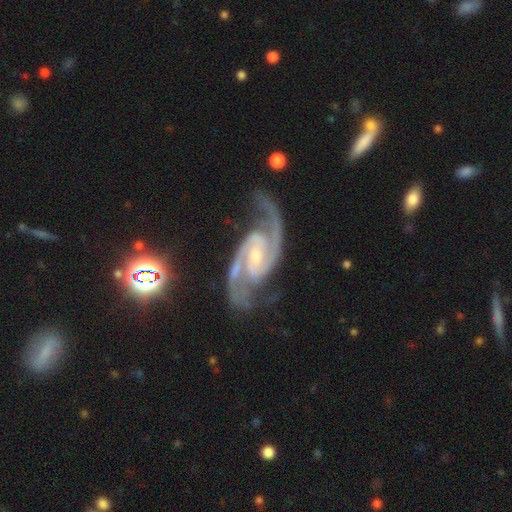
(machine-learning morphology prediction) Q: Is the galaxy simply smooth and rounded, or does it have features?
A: featured or disk — 93%.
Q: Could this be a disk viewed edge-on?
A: no — 98%.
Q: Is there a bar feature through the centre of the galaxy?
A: weak — 46%.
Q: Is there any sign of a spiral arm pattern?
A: yes — 99%.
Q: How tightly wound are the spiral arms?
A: medium — 62%.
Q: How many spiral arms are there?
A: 2 — 92%.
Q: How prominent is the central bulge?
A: small — 61%.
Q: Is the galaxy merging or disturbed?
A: none — 74%.